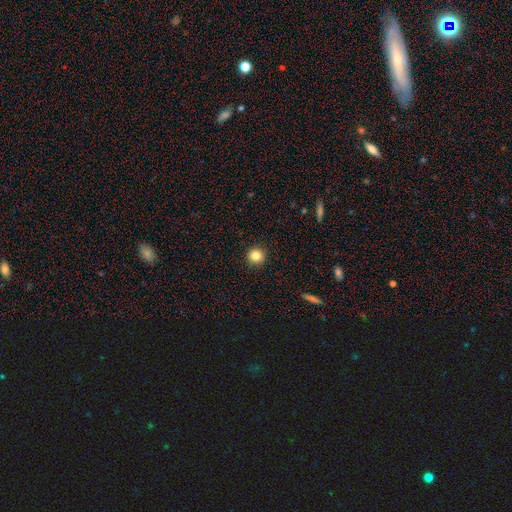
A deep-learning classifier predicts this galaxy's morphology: Smooth or featured?
  - smooth: 83% *
  - star or artifact: 11%
  - featured or disk: 6%
How rounded?
  - round: 95% *
  - in between: 4%
  - cigar-shaped: 1%
Merging?
  - none: 92% *
  - minor disturbance: 5%
  - major disturbance: 2%
  - merger: 1%